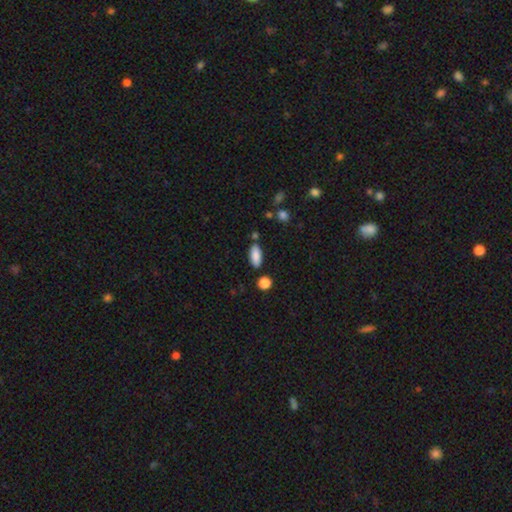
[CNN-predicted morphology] This appears to be a smooth galaxy with no disk features (87%) that is in between round and cigar-shaped (82%). Merging: none (81%).